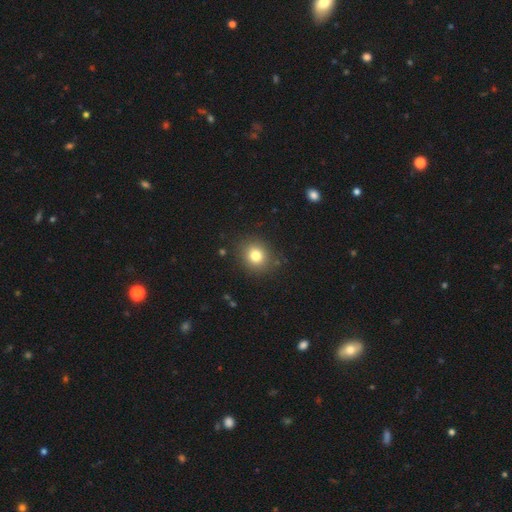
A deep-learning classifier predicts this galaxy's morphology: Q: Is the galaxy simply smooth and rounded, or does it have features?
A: smooth — 80%.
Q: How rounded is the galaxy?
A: round — 79%.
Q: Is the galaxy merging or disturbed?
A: none — 87%.